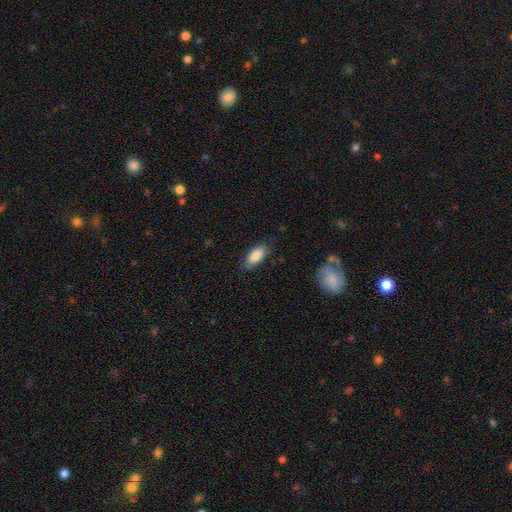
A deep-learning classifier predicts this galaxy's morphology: Smooth or featured?
  - smooth: 86% *
  - featured or disk: 7%
  - star or artifact: 7%
How rounded?
  - in between: 87% *
  - cigar-shaped: 11%
  - round: 3%
Merging?
  - none: 76% *
  - minor disturbance: 19%
  - major disturbance: 4%
  - merger: 1%